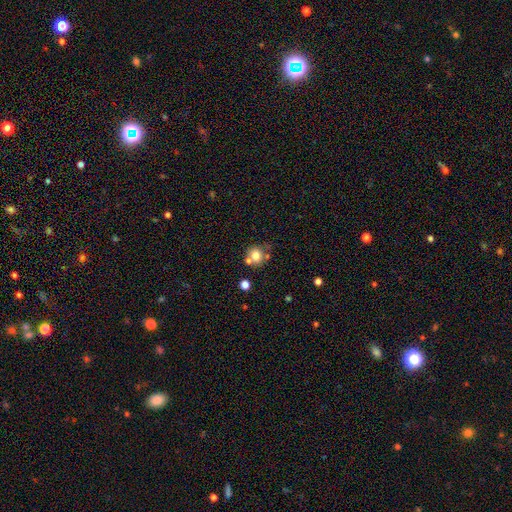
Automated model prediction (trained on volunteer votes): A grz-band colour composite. It shows a smooth galaxy with no disk features (75%) that is round (83%). Merging: none (57%).